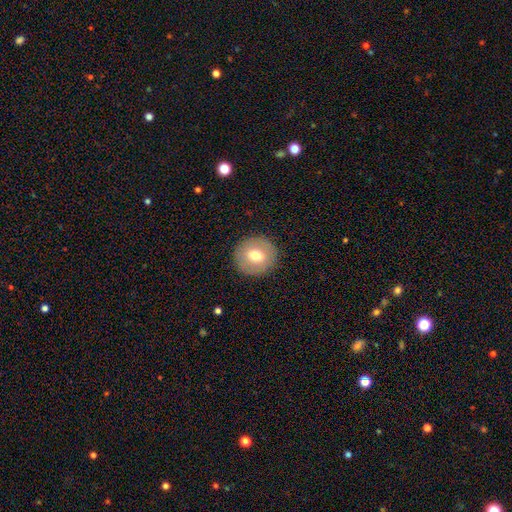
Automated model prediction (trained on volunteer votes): smooth 67%, featured or disk 25%, star or artifact 8%. Down the decision tree: how rounded — round (92%); merging — none (90%).